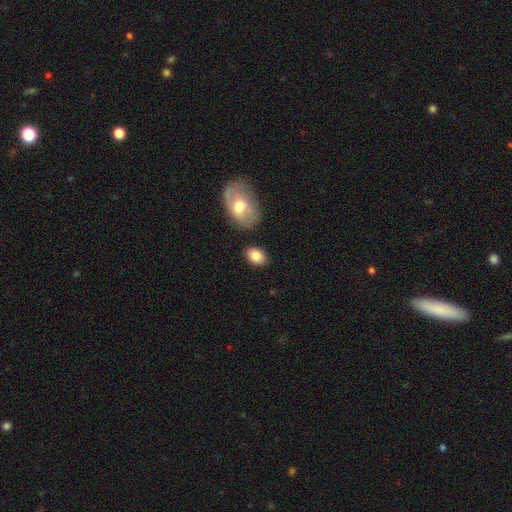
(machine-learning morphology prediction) A smooth galaxy with no disk features (84%) that is in between round and cigar-shaped (78%). Merging: none (81%).